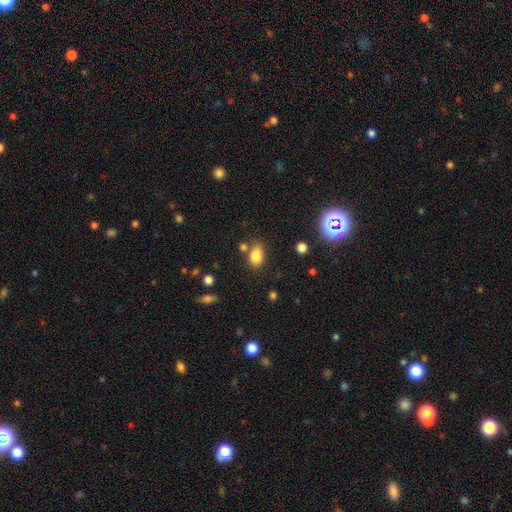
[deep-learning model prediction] This is clearly a smooth galaxy (84%). How rounded: clearly in between (82%). Merging: likely none (65%).